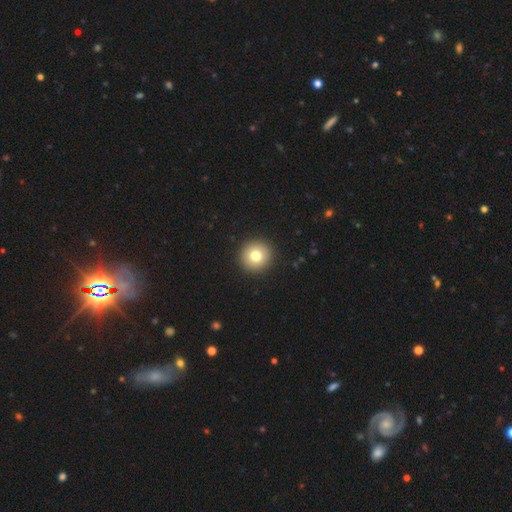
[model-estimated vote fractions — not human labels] This appears to be a smooth galaxy with no disk features (78%) that is round (95%). Merging: none (93%).